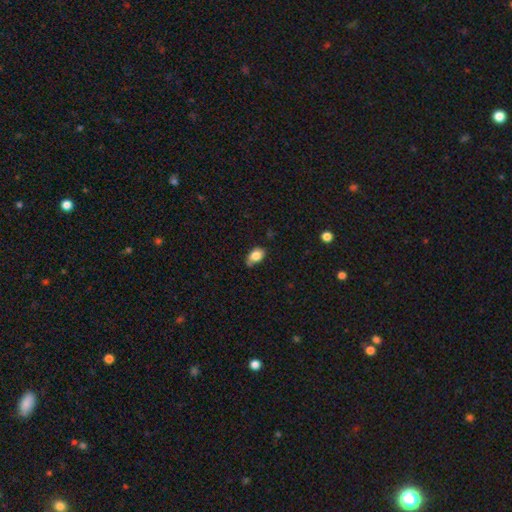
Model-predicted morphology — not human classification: smooth-or-featured: smooth: 82% | featured or disk: 10% | star or artifact: 8%
  how-rounded: in between: 86% | round: 12% | cigar-shaped: 2%
  merging: none: 61% | minor disturbance: 30% | major disturbance: 6% | merger: 4%